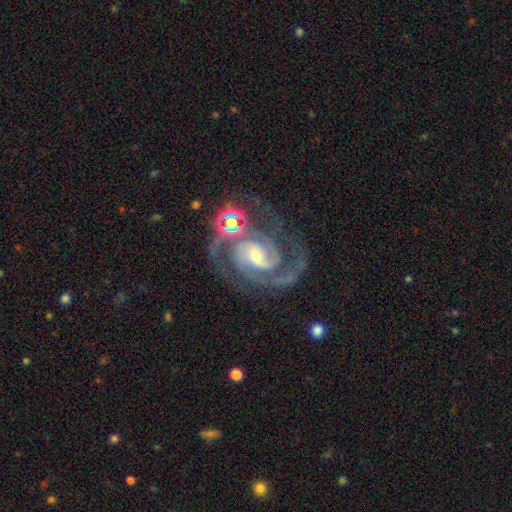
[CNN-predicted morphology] Overall: featured or disk (90%). Edge-on disk: no (98%). Bar: weak (47%; no 33%). Spiral arms: yes (98%). Spiral arm count: 2 (68%). Spiral winding: medium (49%; tight 44%). Bulge size: small (57%; moderate 37%). Merging: none (67%).